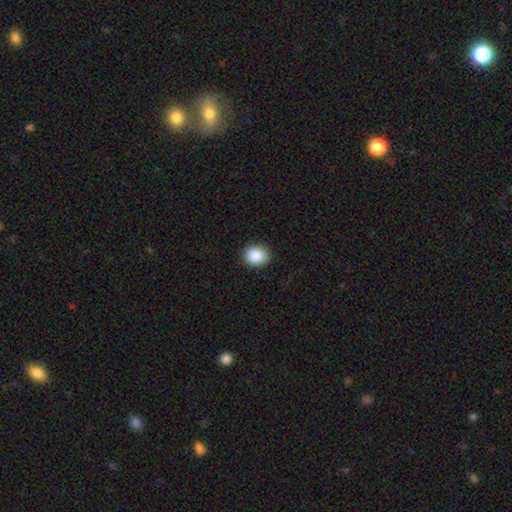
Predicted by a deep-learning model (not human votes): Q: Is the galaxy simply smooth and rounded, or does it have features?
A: smooth — 88%.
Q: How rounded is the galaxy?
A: round — 58%.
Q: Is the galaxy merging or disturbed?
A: none — 90%.